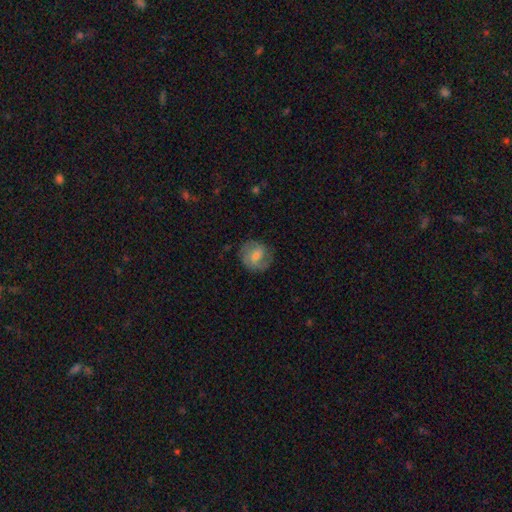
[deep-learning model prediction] A featured or disk galaxy (50%).

Vote fractions:
- Smooth or featured? featured or disk: 50% / smooth: 43% / star or artifact: 7%
- Merging? none: 74% / minor disturbance: 17% / major disturbance: 7% / merger: 1%